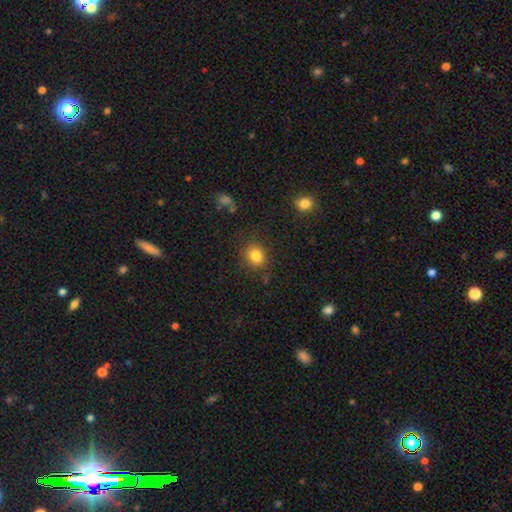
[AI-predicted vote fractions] Smooth or featured: smooth — 82% (star or artifact — 11%)
How rounded: round — 78% (in between — 21%)
Merging: none — 84% (minor disturbance — 10%)